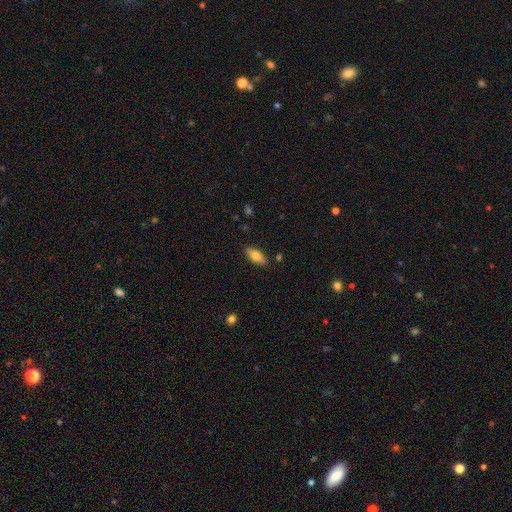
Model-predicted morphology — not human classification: Overall: smooth (79%). How rounded: in between (88%). Merging: none (84%).